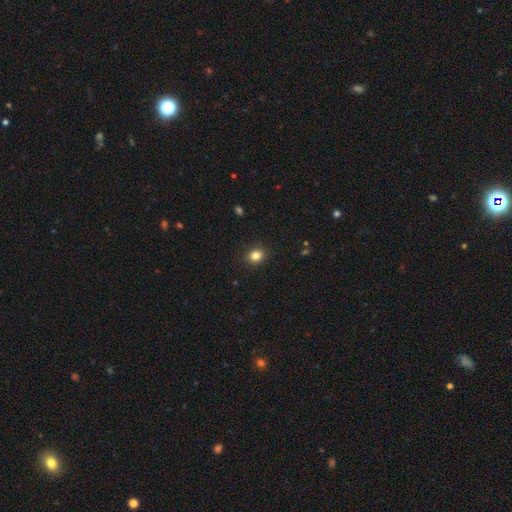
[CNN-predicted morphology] smooth-or-featured: smooth: 83% | star or artifact: 11% | featured or disk: 5%
  how-rounded: round: 69% | in between: 30% | cigar-shaped: 1%
  merging: none: 90% | minor disturbance: 7% | major disturbance: 2% | merger: 1%